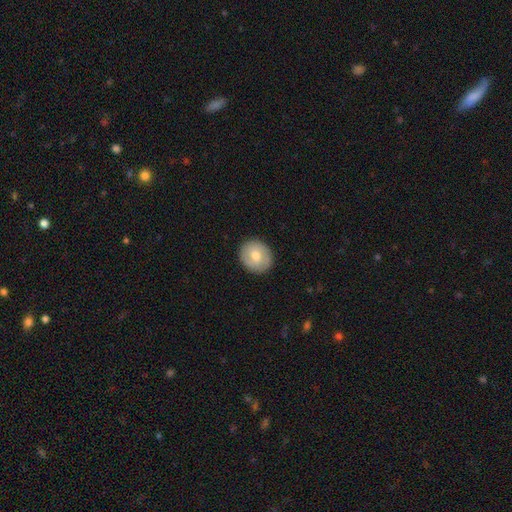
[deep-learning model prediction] This is likely a smooth galaxy (61%). How rounded: clearly round (81%). Merging: clearly none (89%).